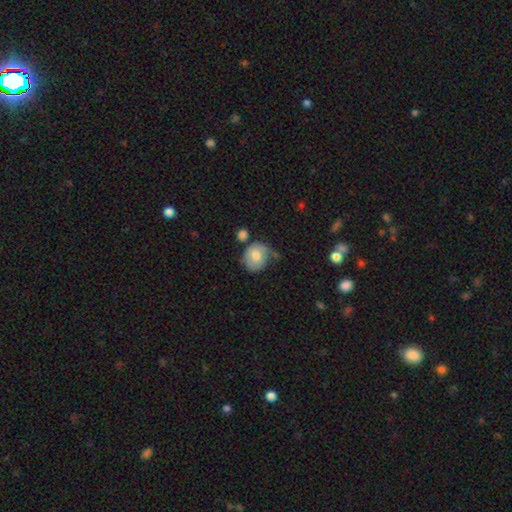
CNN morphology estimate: This appears to be a smooth galaxy with no disk features (73%) that is round (69%). Merging: none (45%).